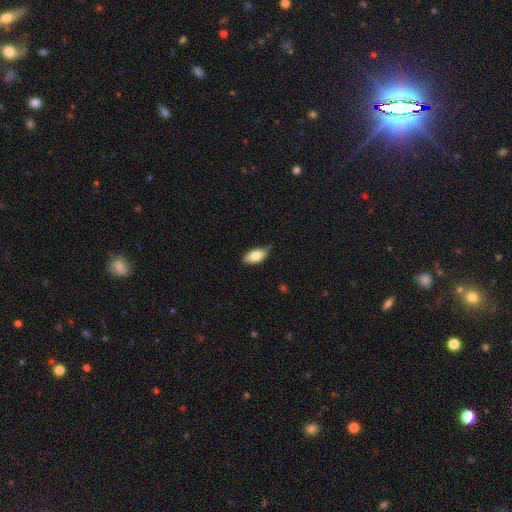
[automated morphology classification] This is likely a smooth galaxy (78%). How rounded: clearly in between (90%). Merging: likely none (71%).